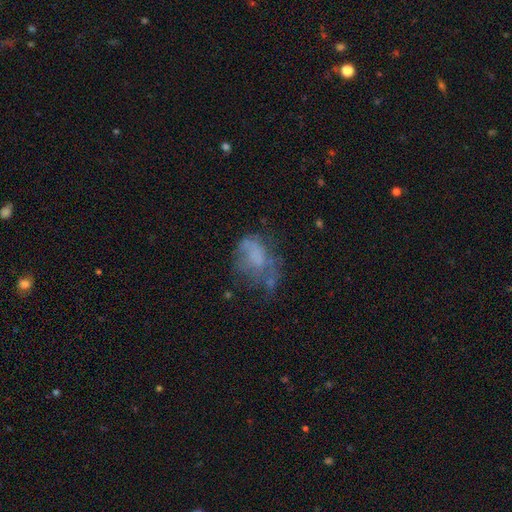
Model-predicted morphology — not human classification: Smooth or featured? smooth (44%)
Merging? major disturbance (37%)